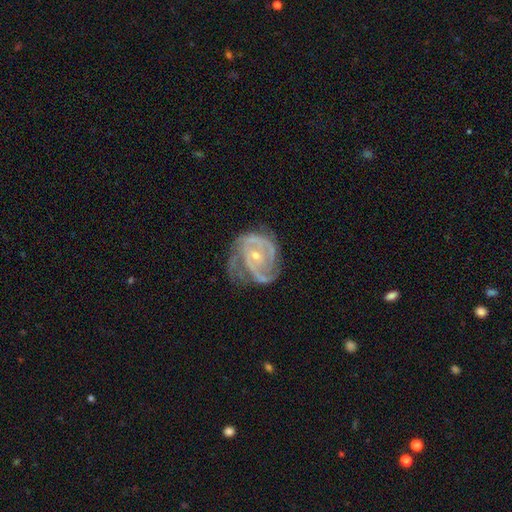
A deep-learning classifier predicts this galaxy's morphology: A featured or disk galaxy (89%) with no bar (58%), 2 (35%) tight (58%) spiral arms (97%) and a small central bulge (67%).

Vote fractions:
- Smooth or featured? featured or disk: 89% / star or artifact: 5% / smooth: 5%
- Edge-on disk? no: 98% / yes: 2%
- Bar? no: 58% / weak: 30% / strong: 11%
- Spiral arms? yes: 97% / no: 3%
- Spiral winding? tight: 58% / medium: 35% / loose: 7%
- Spiral arm count? 2: 35% / 3: 33% / can't tell: 15% / 4: 7% / 1: 5% / more than 4: 4%
- Bulge size? small: 67% / moderate: 30% / none: 1% / large: 1% / dominant: 1%
- Merging? none: 56% / minor disturbance: 25% / major disturbance: 17% / merger: 2%